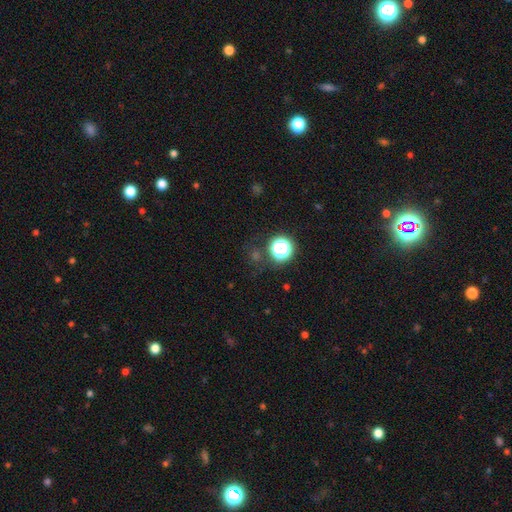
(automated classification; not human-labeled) A star or artifact, not a galaxy (63%).